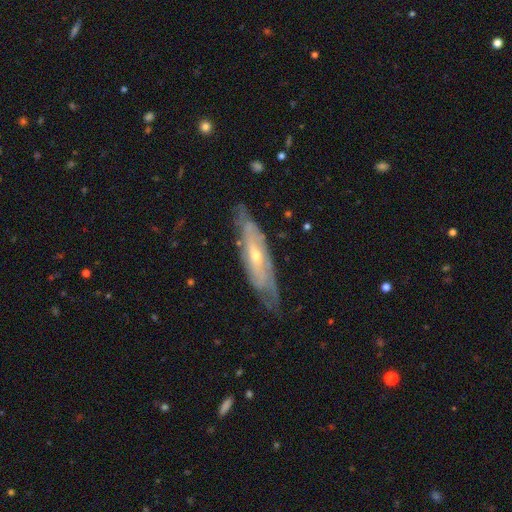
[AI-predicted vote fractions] Smooth or featured? featured or disk (78%)
Edge-on disk? no (65%)
Bar? no (55%)
Spiral arms? yes (84%)
Bulge size? small (59%)
Merging? none (71%)